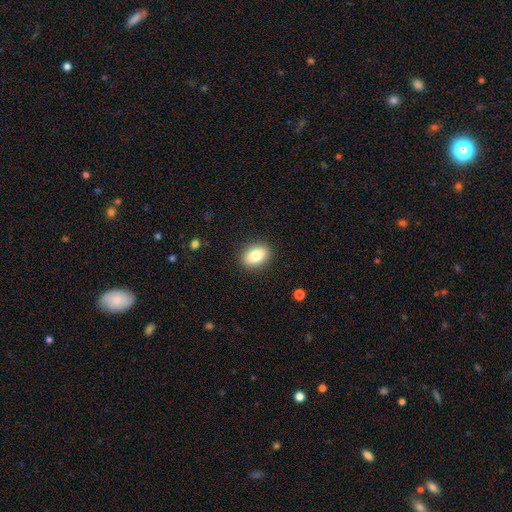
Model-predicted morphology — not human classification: A smooth galaxy with no disk features (81%) that is in between round and cigar-shaped (80%).

Vote fractions:
- Smooth or featured? smooth: 81% / featured or disk: 11% / star or artifact: 8%
- How rounded? in between: 80% / round: 18% / cigar-shaped: 2%
- Merging? none: 89% / minor disturbance: 8% / major disturbance: 2% / merger: 1%